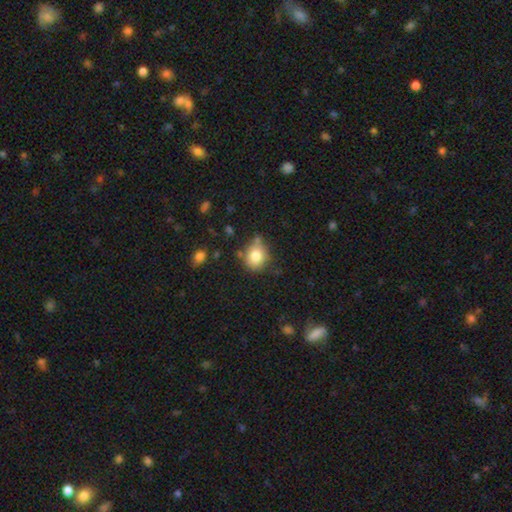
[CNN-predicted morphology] Smooth or featured: smooth — 80% (featured or disk — 10%)
How rounded: round — 73% (in between — 26%)
Merging: none — 64% (minor disturbance — 23%)